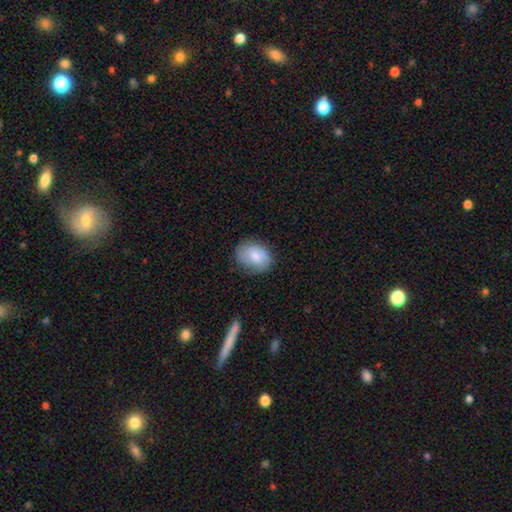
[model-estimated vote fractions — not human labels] Smooth or featured? smooth (75%)
How rounded? in between (63%)
Merging? none (76%)